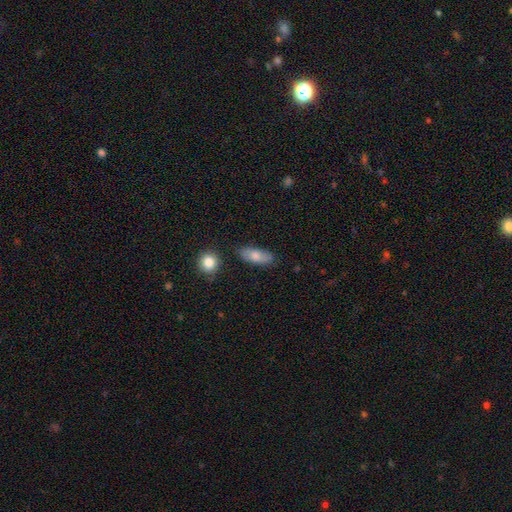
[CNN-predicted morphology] smooth_or_featured: smooth (p=0.76) [alt: featured or disk p=0.18]
how_rounded: in between (p=0.81) [alt: cigar-shaped p=0.15]
merging: none (p=0.78) [alt: minor disturbance p=0.15]